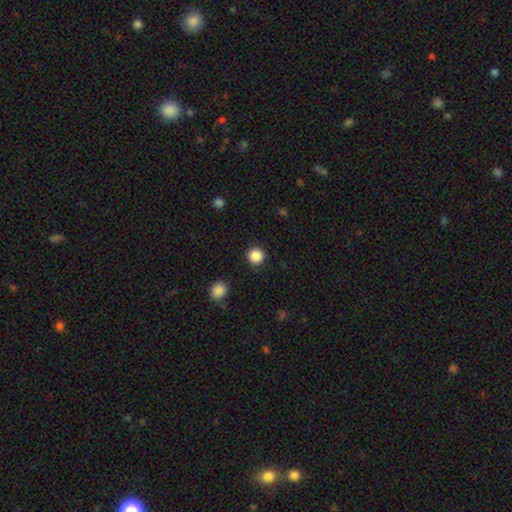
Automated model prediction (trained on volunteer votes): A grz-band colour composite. It shows a smooth galaxy with no disk features (87%) that is round (95%). Merging: none (91%).